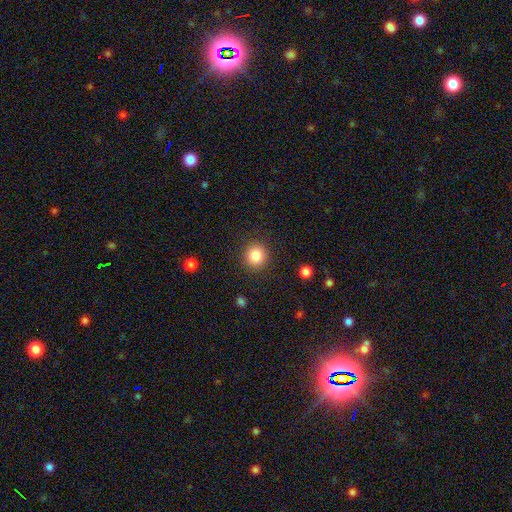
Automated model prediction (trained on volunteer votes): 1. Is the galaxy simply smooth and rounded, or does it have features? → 85% smooth, 10% star or artifact, 5% featured or disk.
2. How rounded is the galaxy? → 91% round, 8% in between, 1% cigar-shaped.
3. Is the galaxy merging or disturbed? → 89% none, 7% minor disturbance, 3% major disturbance, 1% merger.